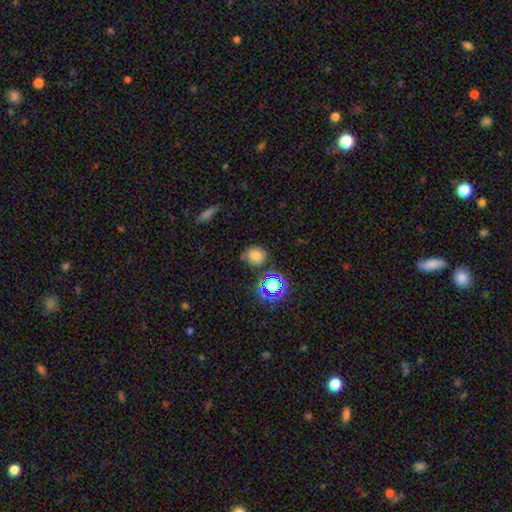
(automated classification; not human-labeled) The model was most divided on "merging": none: 68%, minor disturbance: 21%, major disturbance: 6%, merger: 5%. More confident: how rounded — round (76%); smooth or featured — smooth (70%).